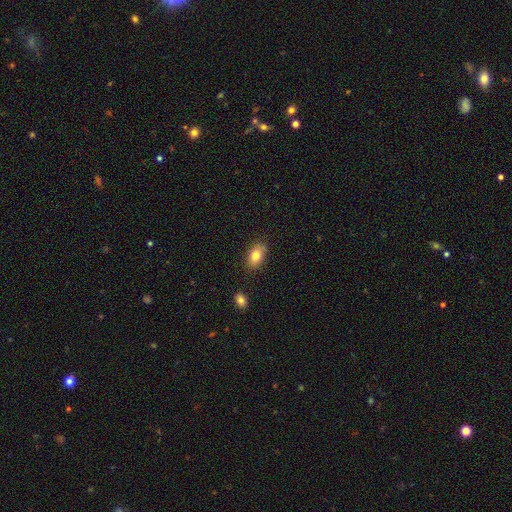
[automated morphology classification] This appears to be a smooth galaxy with no disk features (81%) that is in between round and cigar-shaped (86%). Merging: none (84%).